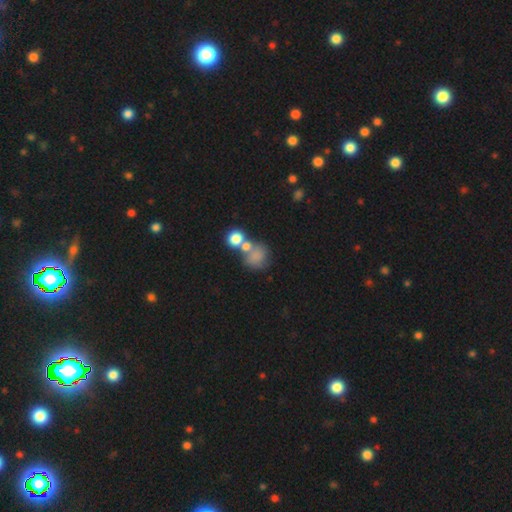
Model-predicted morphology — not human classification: A smooth galaxy with no disk features (72%) that is round (76%).

Vote fractions:
- Smooth or featured? smooth: 72% / featured or disk: 15% / star or artifact: 13%
- How rounded? round: 76% / in between: 23% / cigar-shaped: 1%
- Merging? merger: 41% / none: 37% / minor disturbance: 13% / major disturbance: 10%